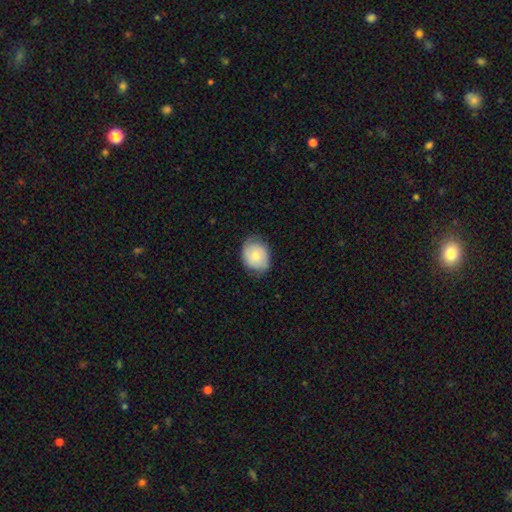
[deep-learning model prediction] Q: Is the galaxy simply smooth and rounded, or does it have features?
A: smooth — 67%.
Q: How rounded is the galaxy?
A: in between — 50%.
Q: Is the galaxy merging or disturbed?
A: none — 72%.